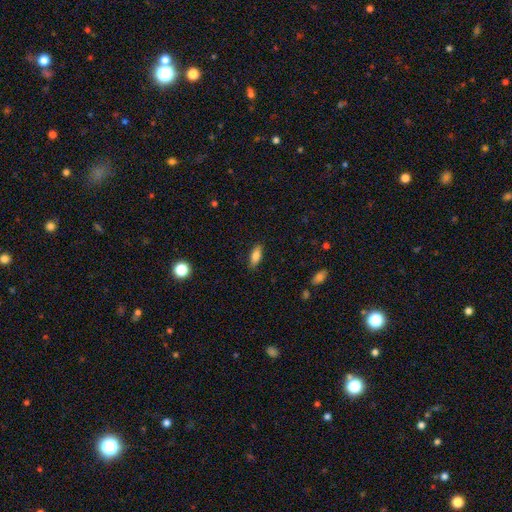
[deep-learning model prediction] A smooth galaxy with no disk features (83%) that is in between round and cigar-shaped (76%). Merging: none (87%).